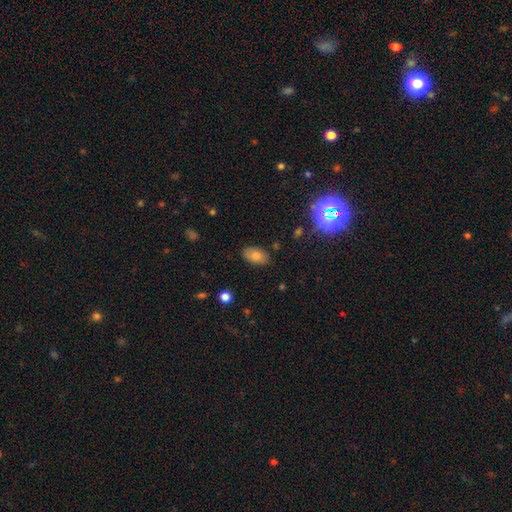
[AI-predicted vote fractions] This appears to be a smooth galaxy with no disk features (75%) that is in between round and cigar-shaped (91%). Merging: none (83%).